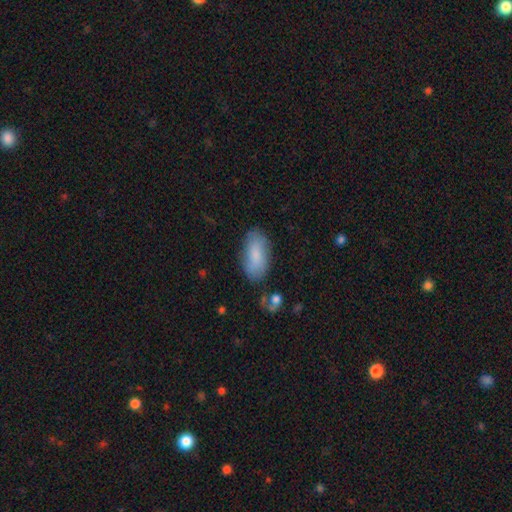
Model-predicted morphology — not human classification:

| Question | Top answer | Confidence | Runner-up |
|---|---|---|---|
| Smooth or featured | smooth | 83% | featured or disk (11%) |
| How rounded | in between | 89% | cigar-shaped (9%) |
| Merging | none | 76% | minor disturbance (17%) |